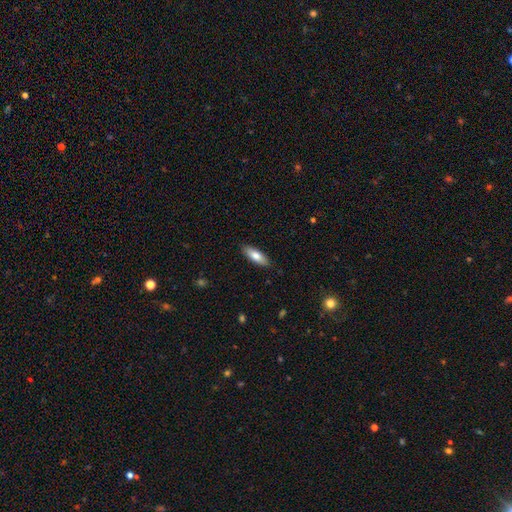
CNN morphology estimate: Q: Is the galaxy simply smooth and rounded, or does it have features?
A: smooth — 77%.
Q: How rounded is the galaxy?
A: in between — 61%.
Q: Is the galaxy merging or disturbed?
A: none — 88%.